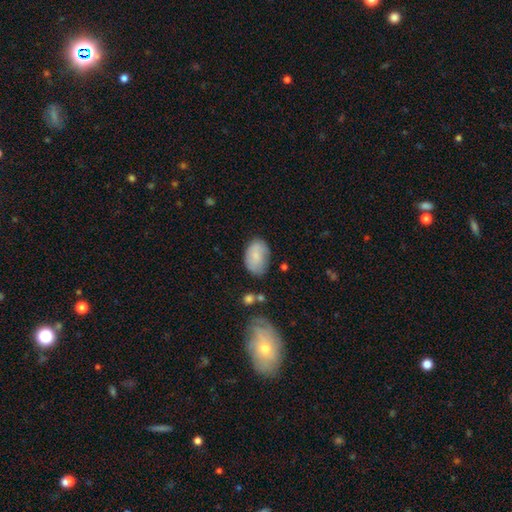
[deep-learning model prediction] This is likely a smooth galaxy (79%). How rounded: clearly in between (89%). Merging: likely none (66%).